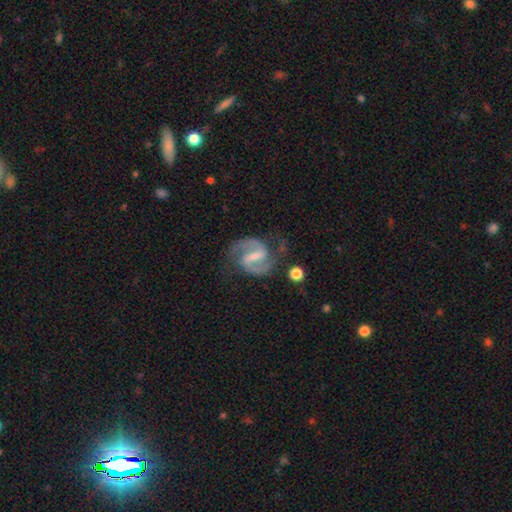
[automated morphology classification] A featured or disk galaxy (92%) with a strong bar (52%), 2 (94%) medium (64%) spiral arms (98%) and a small central bulge (58%). Merging: none (79%).